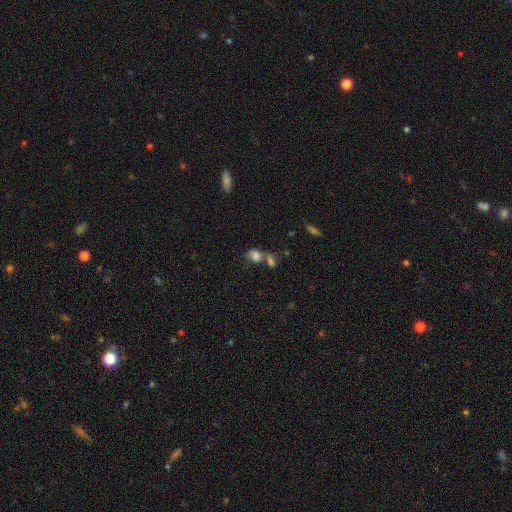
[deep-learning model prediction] Smooth or featured: smooth — 80% (star or artifact — 11%)
How rounded: in between — 54% (round — 44%)
Merging: merger — 47% (none — 36%)